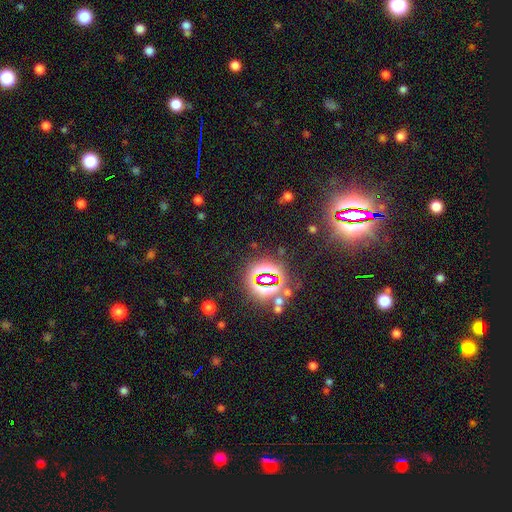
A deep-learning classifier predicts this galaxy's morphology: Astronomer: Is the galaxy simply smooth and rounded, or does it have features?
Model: star or artifact — 82%.